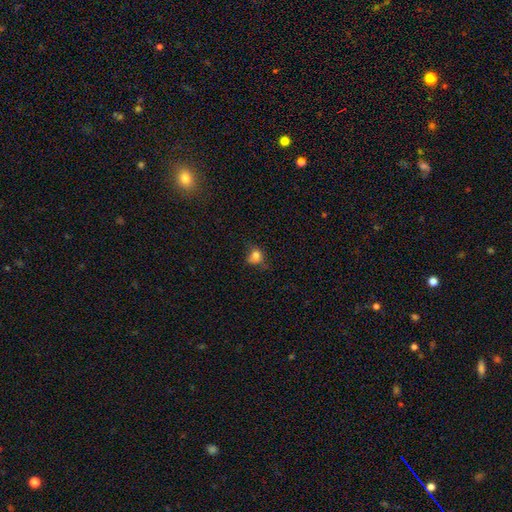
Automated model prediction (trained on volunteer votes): Smooth or featured: smooth — 79% (star or artifact — 13%)
How rounded: round — 66% (in between — 32%)
Merging: none — 53% (minor disturbance — 32%)